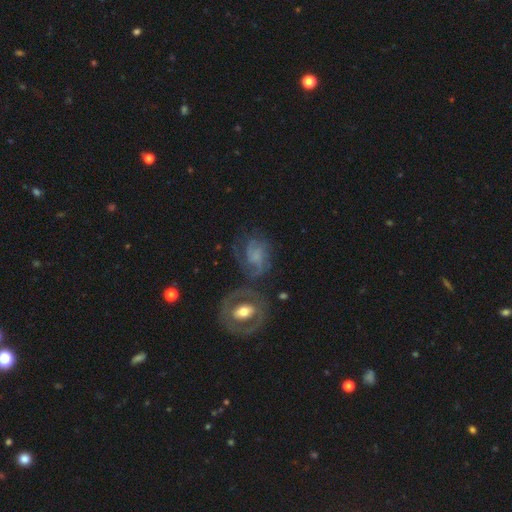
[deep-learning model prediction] Morphology: type=featured or disk (72%); edge-on=no (97%); bar=no (64%); spiral arms=yes (87%); winding=medium (43%); arm count=2 (45%); bulge=none (38%); merging=none (48%).